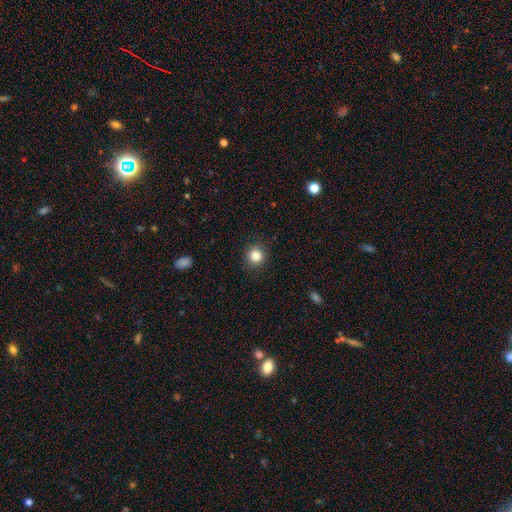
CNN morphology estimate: Smooth or featured: smooth — 84% (star or artifact — 11%)
How rounded: round — 91% (in between — 8%)
Merging: none — 92% (minor disturbance — 6%)